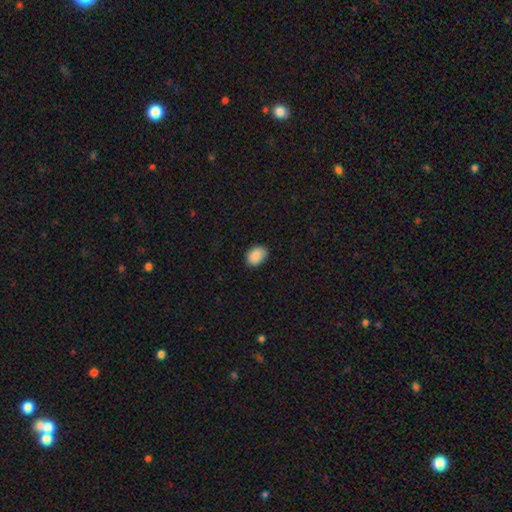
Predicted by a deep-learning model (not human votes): smooth 89%, star or artifact 7%, featured or disk 4%. Down the decision tree: how rounded — in between (75%); merging — none (83%).